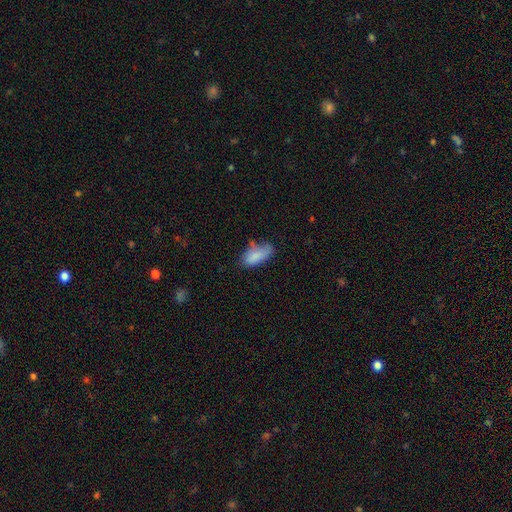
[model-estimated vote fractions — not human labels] Q: Smooth or featured?
A: smooth (84%); runner-up: featured or disk (9%)
Q: How rounded?
A: in between (87%); runner-up: cigar-shaped (10%)
Q: Merging?
A: none (50%); runner-up: minor disturbance (33%)